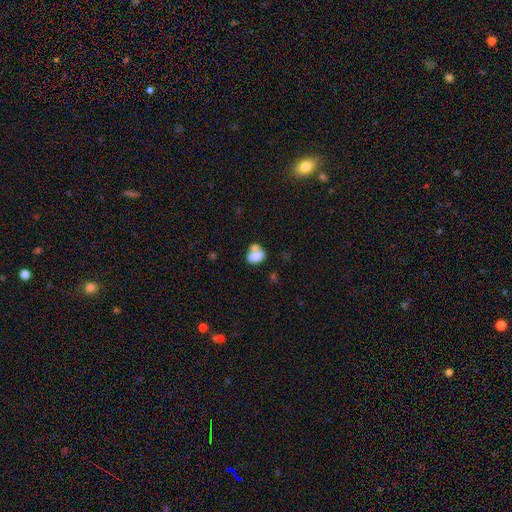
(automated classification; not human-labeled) Smooth or featured: smooth — 76% (featured or disk — 15%)
How rounded: in between — 75% (round — 23%)
Merging: merger — 50% (none — 29%)